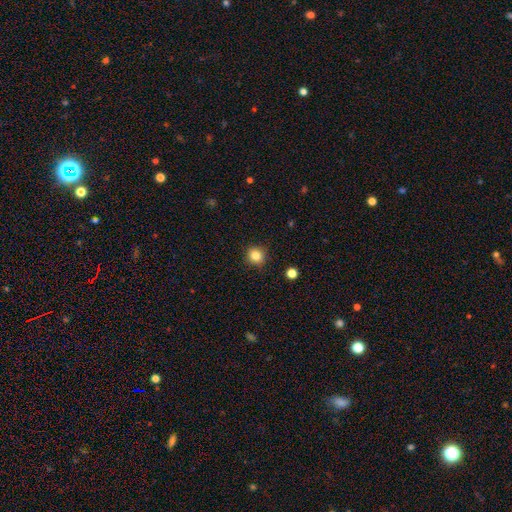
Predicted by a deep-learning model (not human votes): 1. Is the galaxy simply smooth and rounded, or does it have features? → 83% smooth, 12% star or artifact, 6% featured or disk.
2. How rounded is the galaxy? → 89% round, 10% in between, 1% cigar-shaped.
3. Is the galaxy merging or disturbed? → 90% none, 7% minor disturbance, 2% major disturbance, 1% merger.